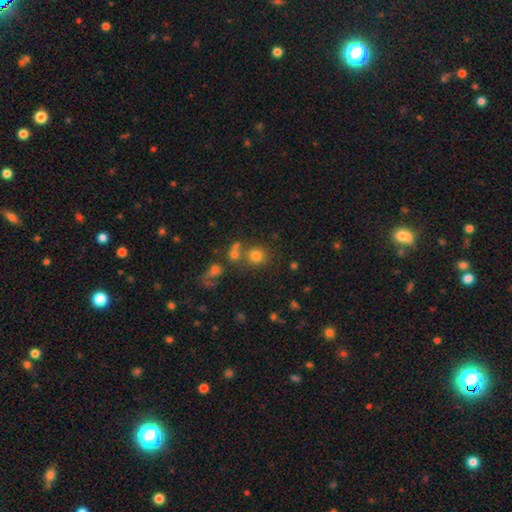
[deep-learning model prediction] A smooth galaxy with no disk features (74%) that is round (85%). Merging: none (62%).